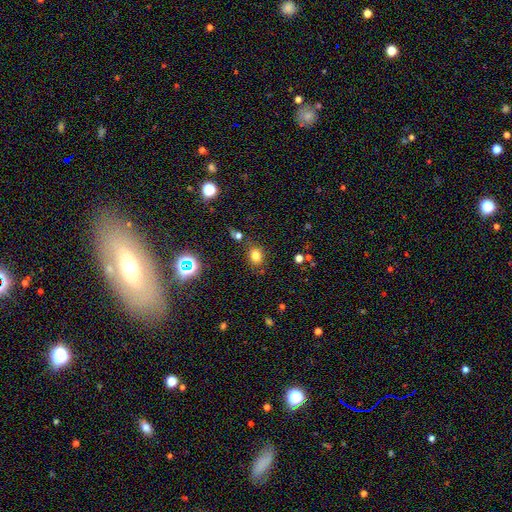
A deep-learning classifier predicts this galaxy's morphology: Overall: smooth (75%). How rounded: round (54%; in between 45%). Merging: none (79%).